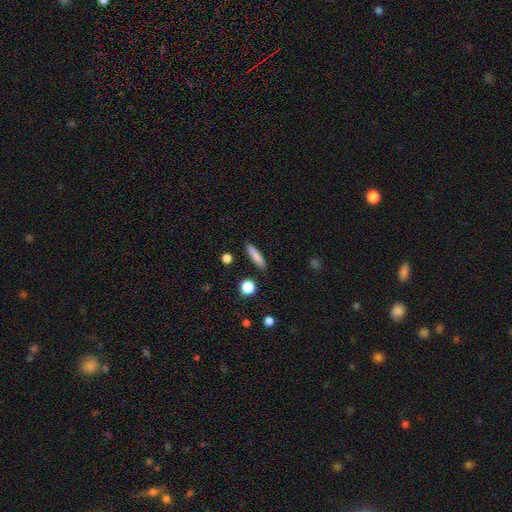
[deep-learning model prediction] A smooth galaxy with no disk features (82%) that is cigar-shaped (80%).

Vote fractions:
- Smooth or featured? smooth: 82% / featured or disk: 10% / star or artifact: 8%
- How rounded? cigar-shaped: 80% / in between: 17% / round: 3%
- Merging? none: 88% / minor disturbance: 8% / major disturbance: 2% / merger: 2%